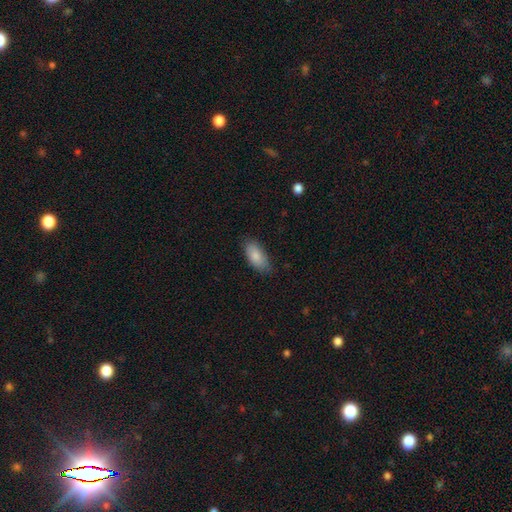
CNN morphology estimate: Smooth or featured? Predicted: smooth (p=0.85). How rounded? Predicted: in between (p=0.91). Merging? Predicted: none (p=0.78).